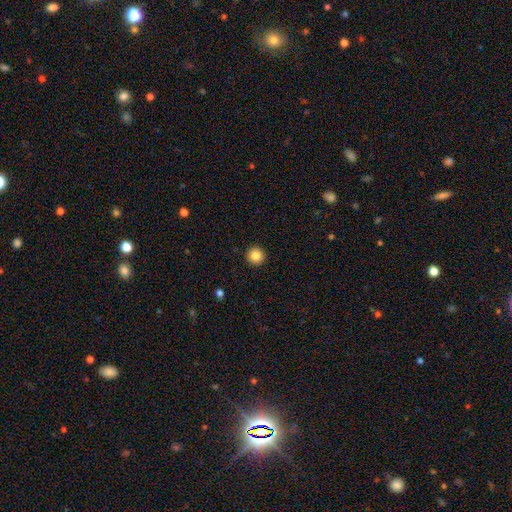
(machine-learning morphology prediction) Overall: smooth (85%). How rounded: round (96%). Merging: none (94%).